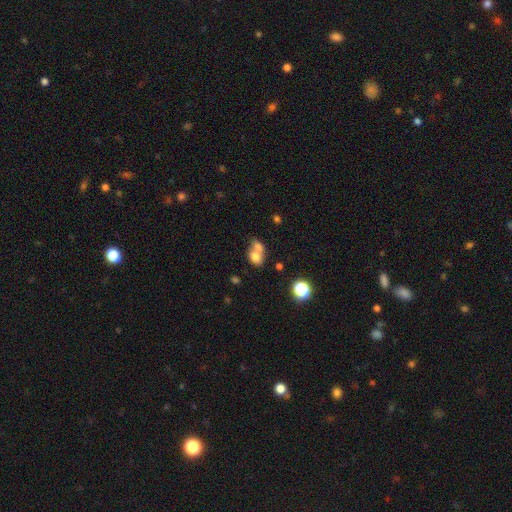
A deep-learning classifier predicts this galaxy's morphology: The model was most divided on "how rounded": in between: 56%, round: 42%, cigar-shaped: 1%. More confident: smooth or featured — smooth (73%); merging — merger (64%).